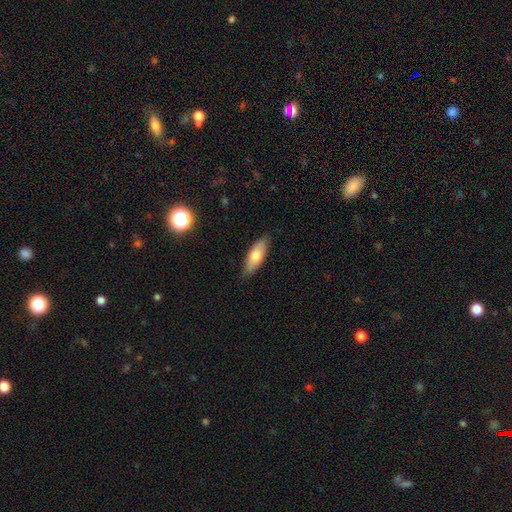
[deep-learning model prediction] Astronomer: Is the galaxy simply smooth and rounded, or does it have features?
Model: smooth — 68%.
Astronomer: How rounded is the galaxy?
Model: in between — 68%.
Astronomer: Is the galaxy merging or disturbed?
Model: none — 85%.